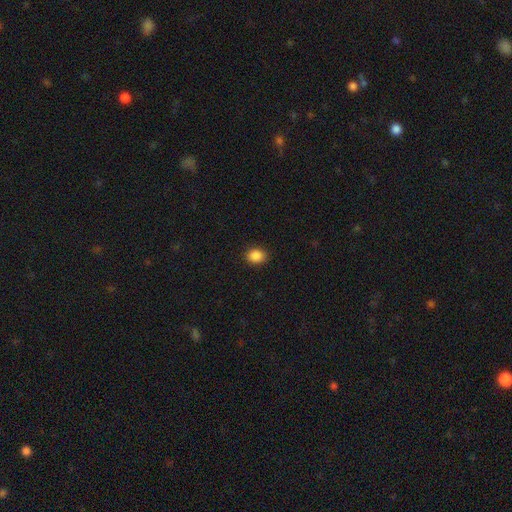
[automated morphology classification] Smooth or featured? Predicted: smooth (p=0.88). How rounded? Predicted: in between (p=0.50, tied with round). Merging? Predicted: none (p=0.89).